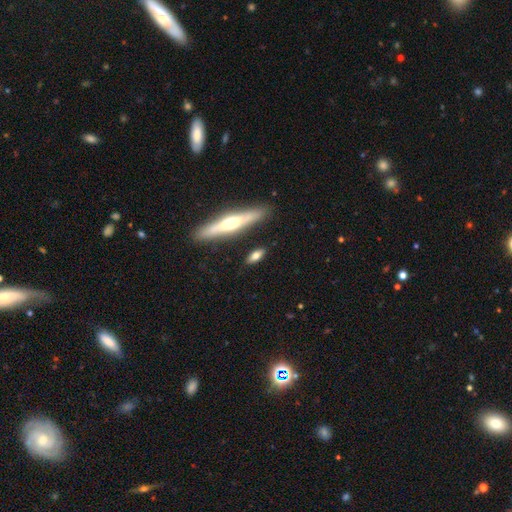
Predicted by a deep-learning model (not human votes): The model was most divided on "how rounded" (2-way tie): in between: 48%, cigar-shaped: 48%, round: 4%. More confident: merging — none (82%); smooth or featured — smooth (62%).